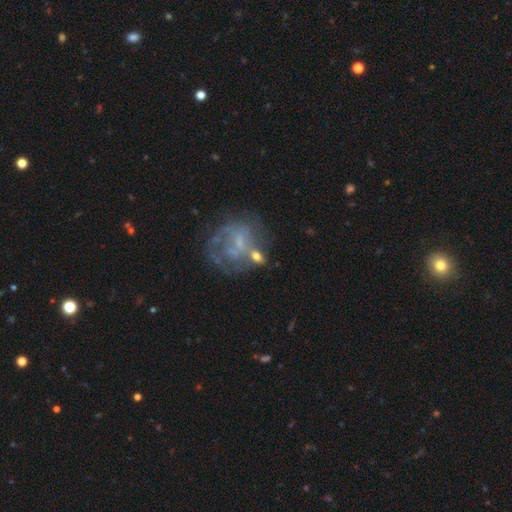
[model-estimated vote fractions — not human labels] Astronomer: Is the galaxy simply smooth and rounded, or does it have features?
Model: featured or disk — 62%.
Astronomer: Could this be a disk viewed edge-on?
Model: no — 98%.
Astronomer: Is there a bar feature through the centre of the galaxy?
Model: no — 63%.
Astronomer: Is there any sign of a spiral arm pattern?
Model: no — 59% (runner-up: yes, 41%).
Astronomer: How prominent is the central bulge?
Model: none — 43% (runner-up: small, 32%).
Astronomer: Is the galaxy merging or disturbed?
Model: none — 38% (runner-up: major disturbance, 28%).